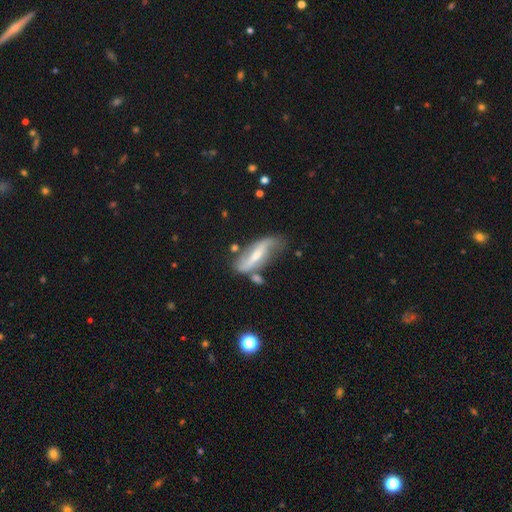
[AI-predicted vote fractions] The model was most divided on "bulge size": small: 46%, moderate: 43%, none: 6%, large: 4%, dominant: 1%. Remaining: spiral arms — yes (77%); edge-on disk — no (76%); smooth or featured — featured or disk (66%); bar — strong (49%); merging — none (48%).